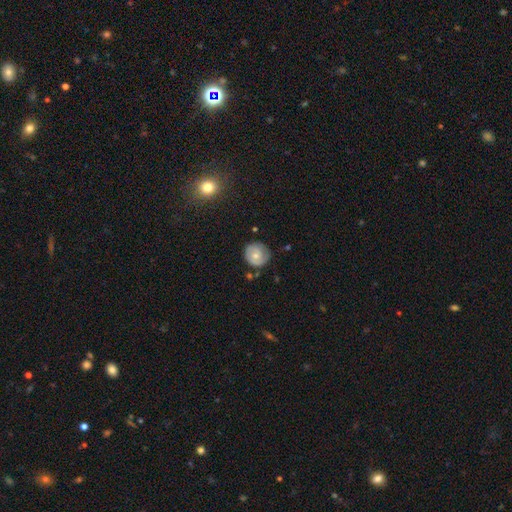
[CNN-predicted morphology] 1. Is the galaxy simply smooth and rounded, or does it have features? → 47% smooth, 46% featured or disk, 7% star or artifact.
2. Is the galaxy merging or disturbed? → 66% none, 25% minor disturbance, 6% major disturbance, 3% merger.